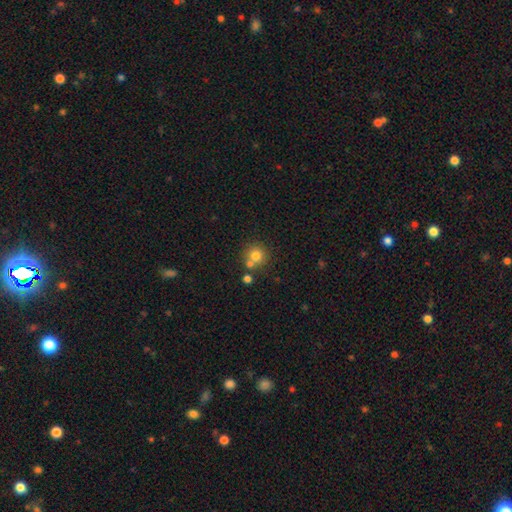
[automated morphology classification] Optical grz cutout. It shows a smooth galaxy with no disk features (77%) that is round (91%). Merging: none (64%).